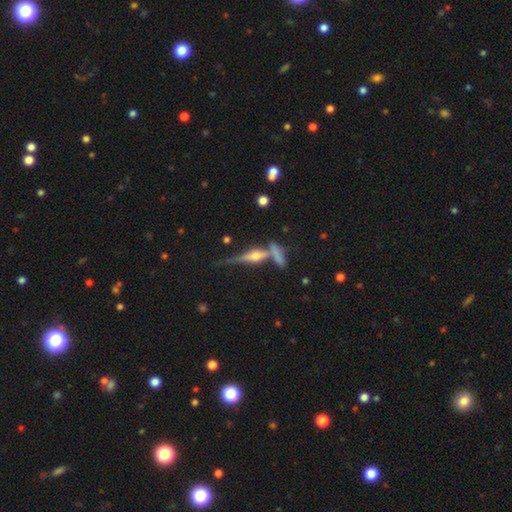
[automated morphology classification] Q: Smooth or featured?
A: featured or disk (71%); runner-up: smooth (19%)
Q: Edge-on disk?
A: yes (94%); runner-up: no (6%)
Q: Edge-on bulge?
A: rounded (86%); runner-up: boxy (7%)
Q: Merging?
A: none (58%); runner-up: merger (21%)